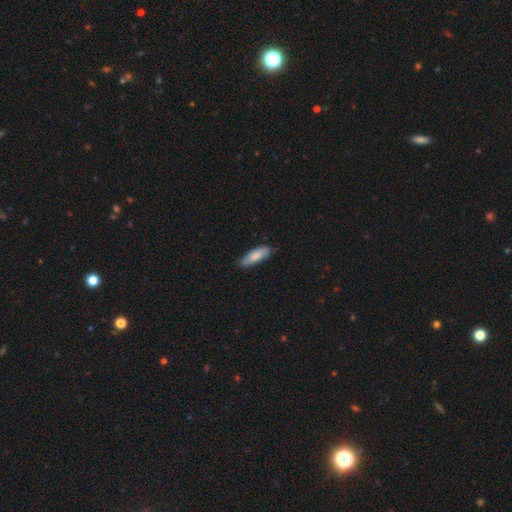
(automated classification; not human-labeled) Smooth or featured?
  - smooth: 82% *
  - featured or disk: 12%
  - star or artifact: 6%
How rounded?
  - in between: 51% *
  - cigar-shaped: 47%
  - round: 2%
Merging?
  - none: 79% *
  - minor disturbance: 17%
  - major disturbance: 2%
  - merger: 1%